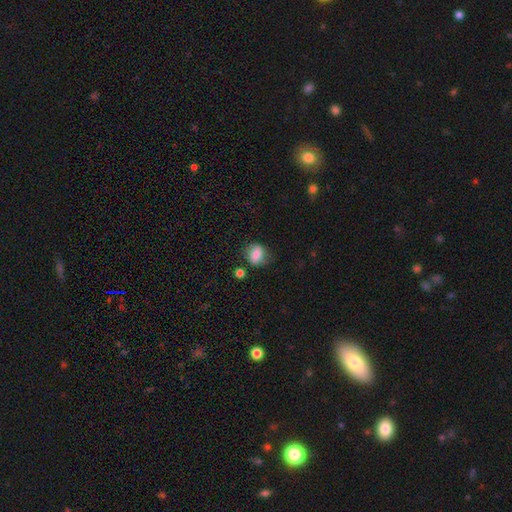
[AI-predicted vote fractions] Smooth or featured? Predicted: smooth (p=0.80). How rounded? Predicted: in between (p=0.50). Merging? Predicted: none (p=0.67).